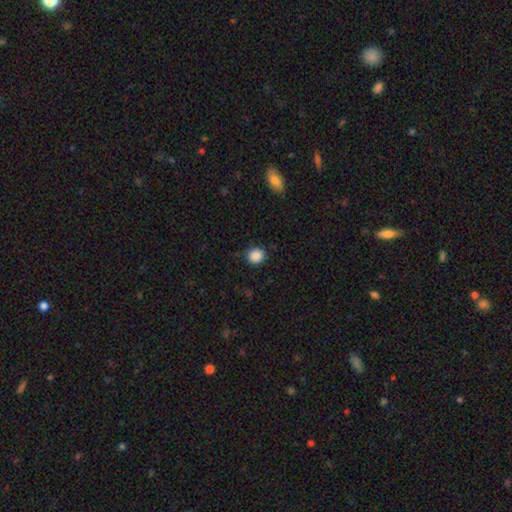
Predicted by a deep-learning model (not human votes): Morphology: type=smooth (88%); roundness=round (84%); merging=none (88%).